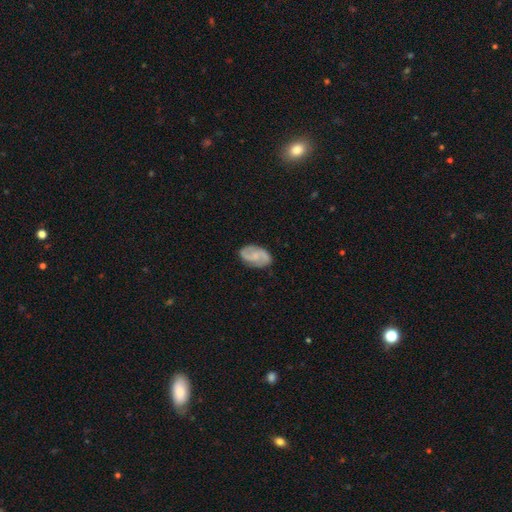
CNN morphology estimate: Q: Smooth or featured?
A: featured or disk (71%); runner-up: smooth (23%)
Q: Edge-on disk?
A: no (97%); runner-up: yes (3%)
Q: Bar?
A: no (49%); runner-up: weak (42%)
Q: Spiral arms?
A: yes (94%); runner-up: no (6%)
Q: Spiral winding?
A: medium (47%); runner-up: loose (33%)
Q: Spiral arm count?
A: 2 (88%); runner-up: can't tell (5%)
Q: Bulge size?
A: small (42%); runner-up: none (34%)
Q: Merging?
A: none (82%); runner-up: minor disturbance (13%)